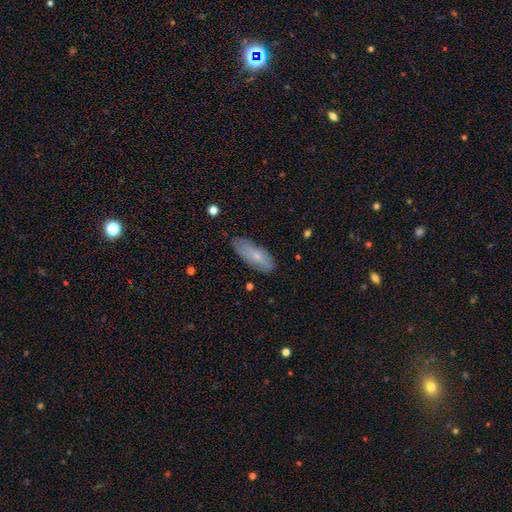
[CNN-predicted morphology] Smooth or featured? Predicted: smooth (p=0.63). How rounded? Predicted: in between (p=0.69). Merging? Predicted: none (p=0.70).